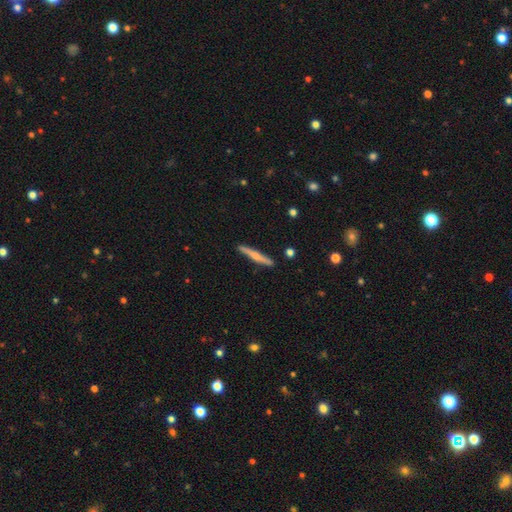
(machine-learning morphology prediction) This appears to be a featured or disk galaxy (56%) viewed edge-on (97%) with a rounded central bulge (79%). Merging: none (90%).